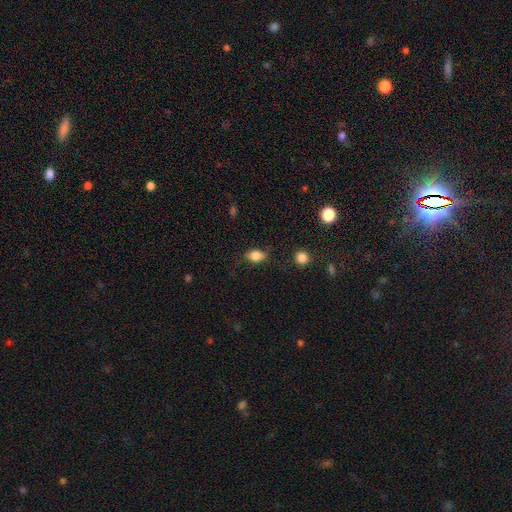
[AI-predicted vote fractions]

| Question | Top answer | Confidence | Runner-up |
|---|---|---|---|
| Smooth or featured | smooth | 80% | featured or disk (11%) |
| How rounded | in between | 78% | round (19%) |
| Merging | none | 76% | minor disturbance (17%) |